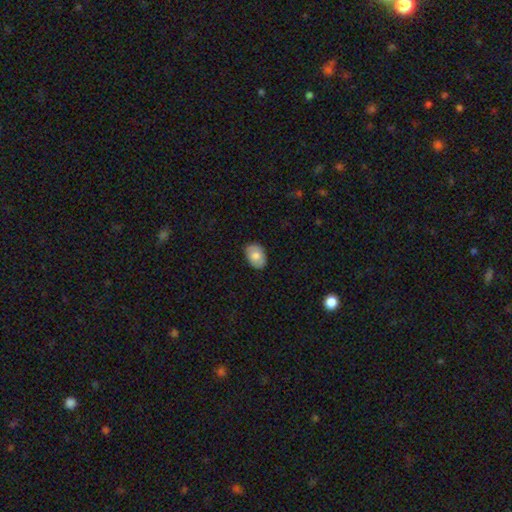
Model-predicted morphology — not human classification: type=smooth (77%); roundness=in between (84%); merging=none (85%).